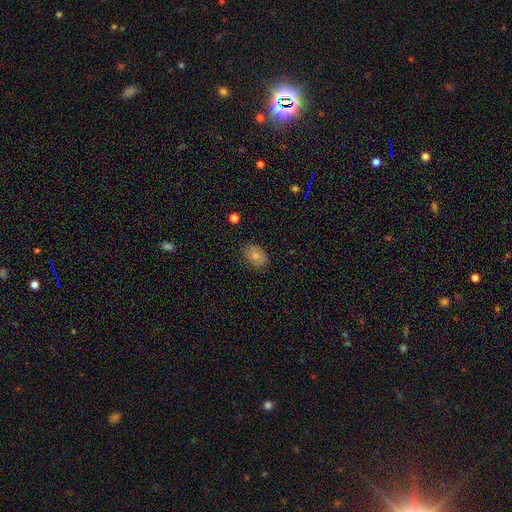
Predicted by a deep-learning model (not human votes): This appears to be a smooth galaxy with no disk features (72%) that is in between round and cigar-shaped (76%). Merging: none (78%).